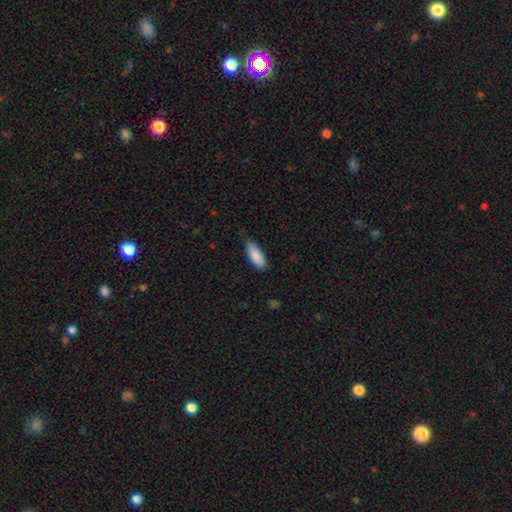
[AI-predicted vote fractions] The model was most divided on "how rounded": in between: 72%, cigar-shaped: 27%, round: 2%. More confident: smooth or featured — smooth (88%); merging — none (75%).